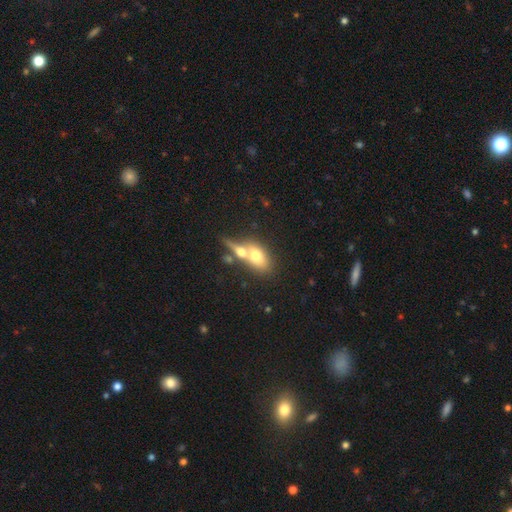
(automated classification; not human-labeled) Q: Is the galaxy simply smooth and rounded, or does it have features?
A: smooth — 64%.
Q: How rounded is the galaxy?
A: in between — 75%.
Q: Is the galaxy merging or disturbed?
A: merger — 60%.